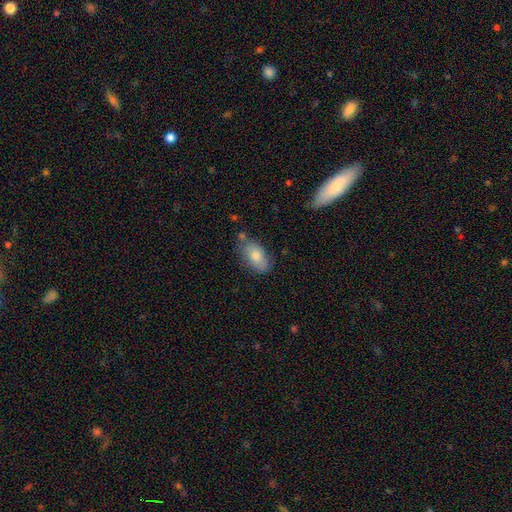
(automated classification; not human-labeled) Smooth or featured? Predicted: smooth (p=0.74). How rounded? Predicted: in between (p=0.91). Merging? Predicted: none (p=0.72).